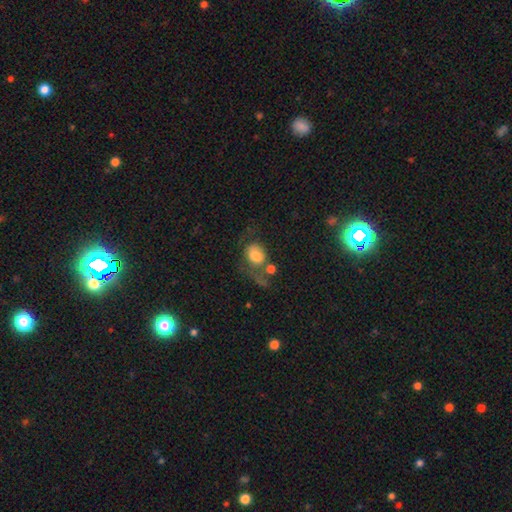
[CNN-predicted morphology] smooth-or-featured: smooth: 71% | featured or disk: 19% | star or artifact: 9%
  how-rounded: in between: 51% | round: 48% | cigar-shaped: 2%
  merging: none: 30% | major disturbance: 28% | merger: 24% | minor disturbance: 18%